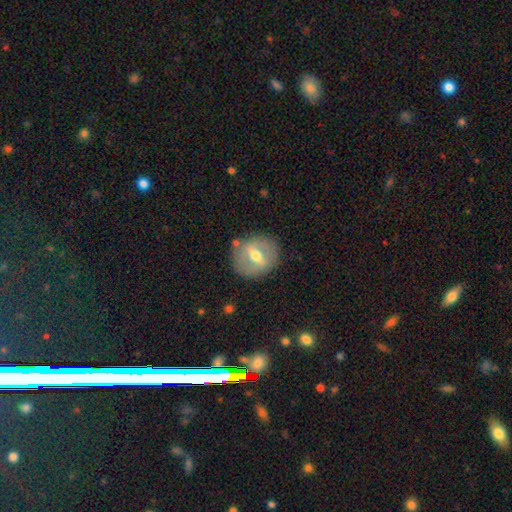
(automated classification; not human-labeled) Smooth or featured? featured or disk (60%)
Edge-on disk? no (88%)
Bar? strong (50%)
Spiral arms? no (73%)
Bulge size? moderate (73%)
Merging? none (82%)